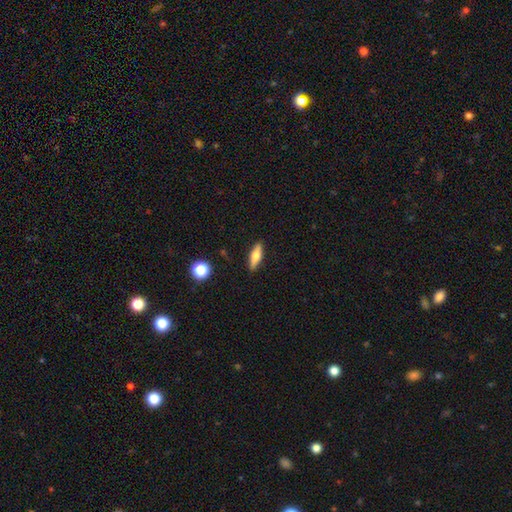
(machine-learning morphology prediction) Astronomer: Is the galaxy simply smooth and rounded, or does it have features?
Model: smooth — 60%.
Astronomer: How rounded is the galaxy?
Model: cigar-shaped — 52% (runner-up: in between, 45%).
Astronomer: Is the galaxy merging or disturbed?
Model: none — 89%.